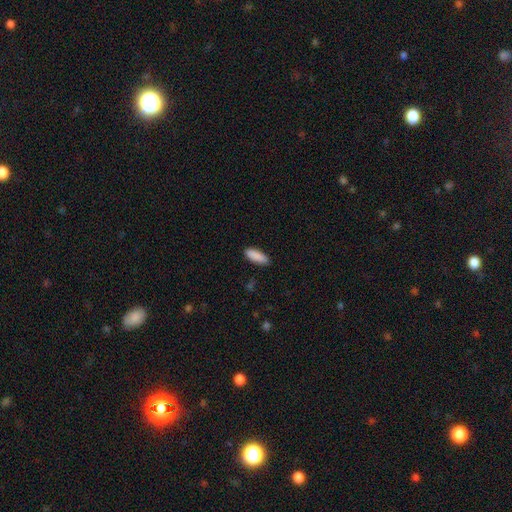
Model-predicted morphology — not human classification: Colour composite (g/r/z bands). It shows a smooth galaxy with no disk features (90%) that is in between round and cigar-shaped (62%). Merging: none (87%).